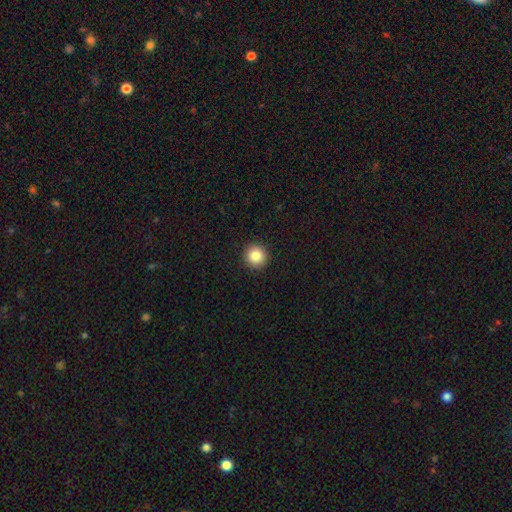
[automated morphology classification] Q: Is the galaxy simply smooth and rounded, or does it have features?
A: smooth — 85%.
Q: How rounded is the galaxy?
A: round — 94%.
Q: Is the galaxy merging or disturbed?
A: none — 93%.